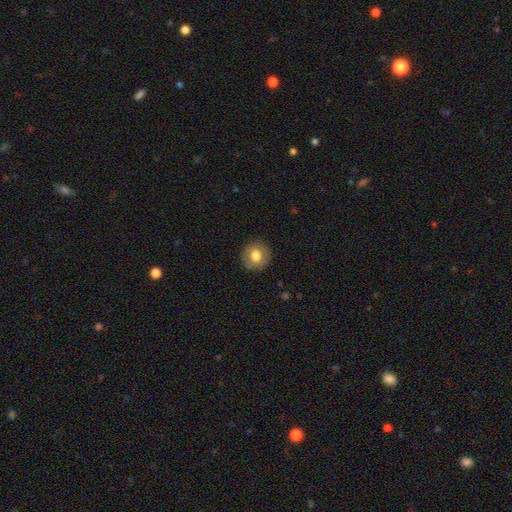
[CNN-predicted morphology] Smooth or featured?
  - smooth: 75% *
  - featured or disk: 16%
  - star or artifact: 8%
How rounded?
  - round: 88% *
  - in between: 12%
  - cigar-shaped: 1%
Merging?
  - none: 89% *
  - minor disturbance: 8%
  - major disturbance: 2%
  - merger: 1%